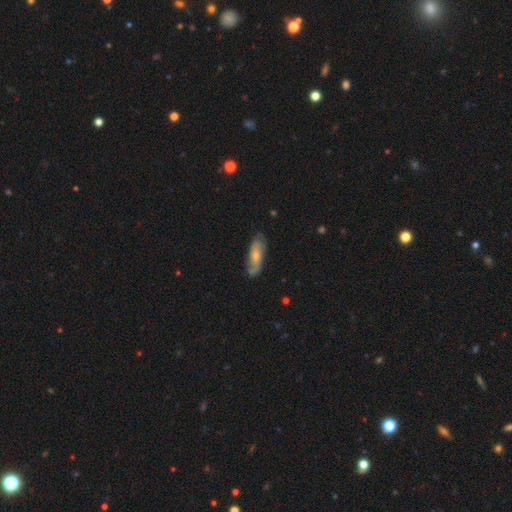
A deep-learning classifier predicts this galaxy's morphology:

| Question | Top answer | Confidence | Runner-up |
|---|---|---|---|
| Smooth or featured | featured or disk | 48% | smooth (46%) |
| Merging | none | 71% | minor disturbance (22%) |